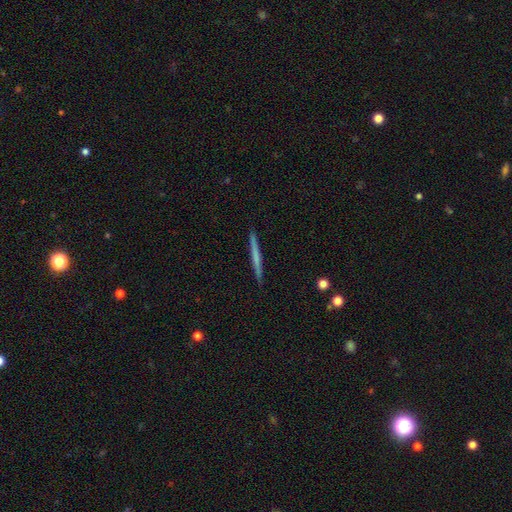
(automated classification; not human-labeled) This appears to be a smooth galaxy with no disk features (53%) that is cigar-shaped (97%). Merging: none (91%).